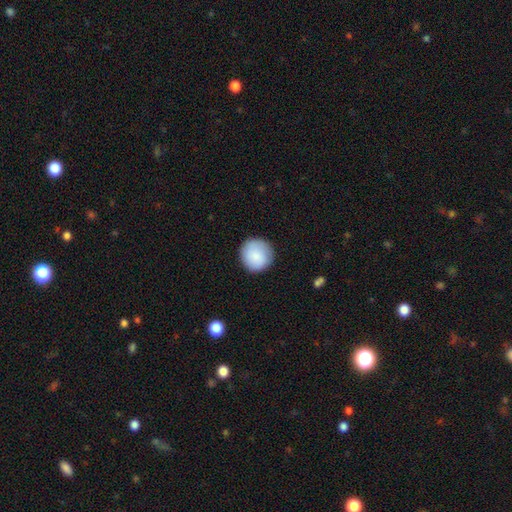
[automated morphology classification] This is clearly a smooth galaxy (87%). How rounded: clearly round (95%). Merging: clearly none (88%).